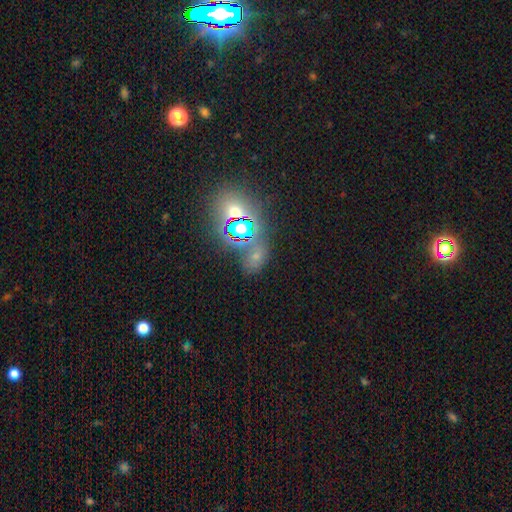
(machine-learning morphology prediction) Smooth or featured? star or artifact (47%)